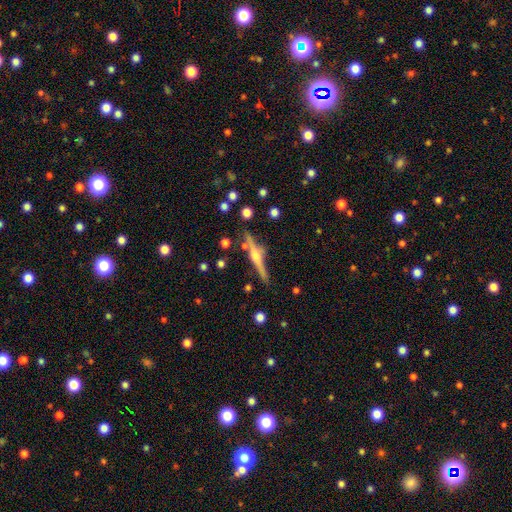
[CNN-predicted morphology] smooth-or-featured: featured or disk: 73% | smooth: 20% | star or artifact: 7%
  disk-edge-on: yes: 97% | no: 3%
    edge-on-bulge: rounded: 84% | boxy: 11% | none: 6%
  merging: none: 81% | minor disturbance: 11% | merger: 4% | major disturbance: 3%